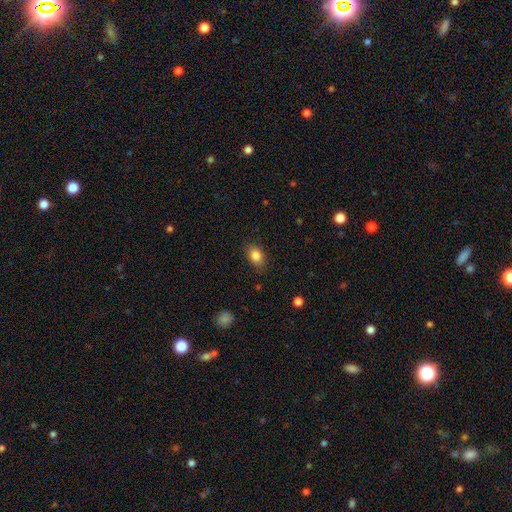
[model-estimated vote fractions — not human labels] This appears to be a smooth galaxy with no disk features (85%) that is in between round and cigar-shaped (77%). Merging: none (83%).